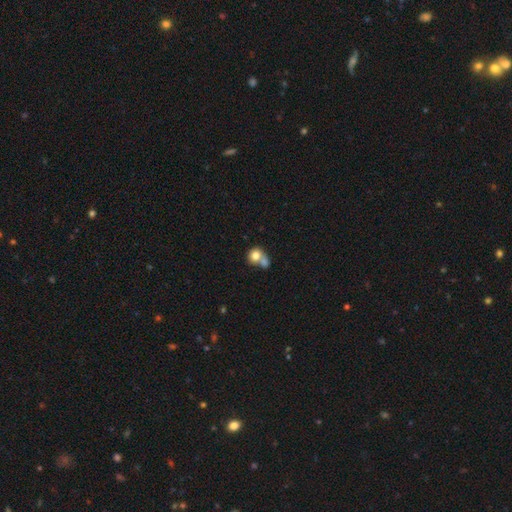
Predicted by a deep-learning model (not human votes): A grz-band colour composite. It shows a smooth galaxy with no disk features (76%) that is round (75%). Merging: merger (58%).